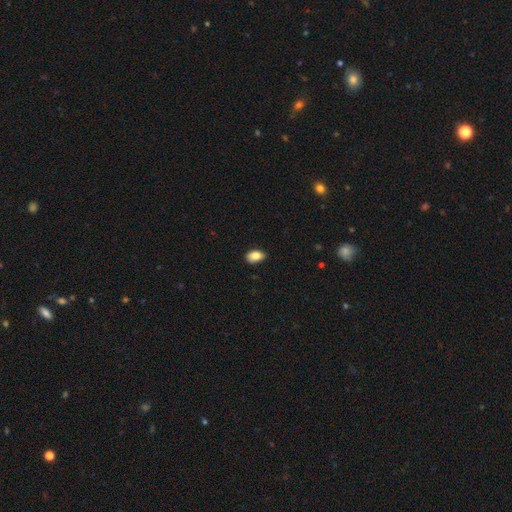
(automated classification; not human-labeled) A smooth galaxy with no disk features (84%) that is in between round and cigar-shaped (90%).

Vote fractions:
- Smooth or featured? smooth: 84% / featured or disk: 8% / star or artifact: 8%
- How rounded? in between: 90% / round: 8% / cigar-shaped: 2%
- Merging? none: 85% / minor disturbance: 12% / major disturbance: 2% / merger: 1%